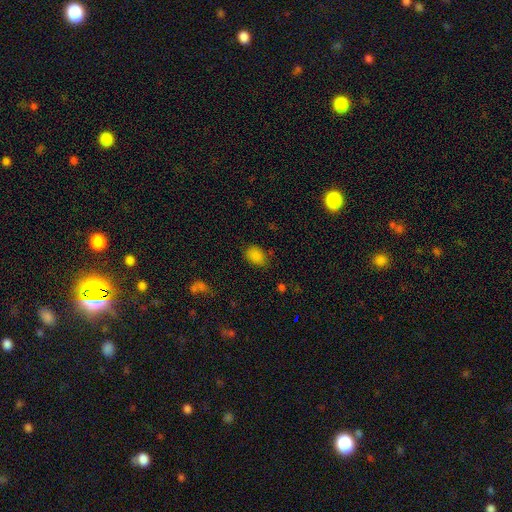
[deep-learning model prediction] A smooth galaxy with no disk features (83%) that is in between round and cigar-shaped (78%).

Vote fractions:
- Smooth or featured? smooth: 83% / star or artifact: 12% / featured or disk: 4%
- How rounded? in between: 78% / round: 21% / cigar-shaped: 1%
- Merging? none: 73% / minor disturbance: 19% / major disturbance: 5% / merger: 2%